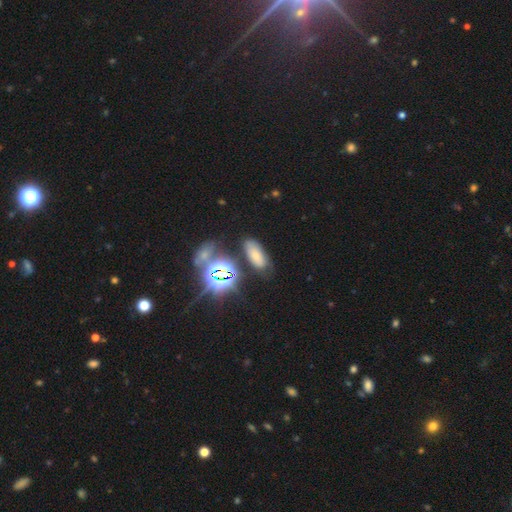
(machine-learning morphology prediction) smooth 54%, star or artifact 30%, featured or disk 17%. Down the decision tree: how rounded — in between (83%); merging — none (71%).